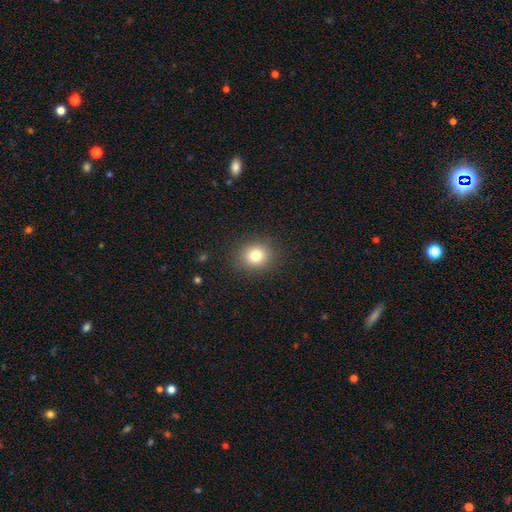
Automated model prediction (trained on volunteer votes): smooth 80%, star or artifact 12%, featured or disk 8%. Down the decision tree: how rounded — round (75%); merging — none (88%).